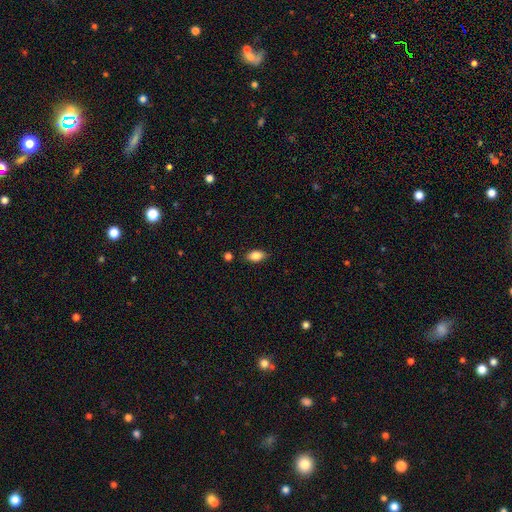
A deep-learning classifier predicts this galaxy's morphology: Smooth or featured: smooth — 86% (star or artifact — 8%)
How rounded: in between — 89% (round — 7%)
Merging: none — 84% (minor disturbance — 11%)